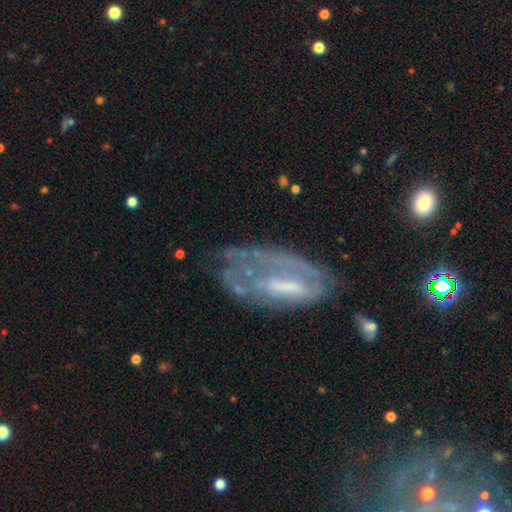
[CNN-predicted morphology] The model was most divided on "bulge size": moderate: 34%, none: 31%, small: 25%, large: 9%, dominant: 2%. Remaining: edge-on disk — no (88%); smooth or featured — featured or disk (62%); spiral arms — no (61%); bar — no (44%); merging — none (37%).